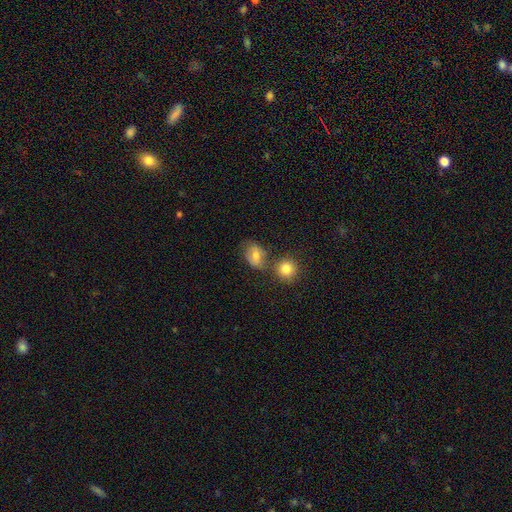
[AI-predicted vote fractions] smooth_or_featured: smooth (p=0.70) [alt: featured or disk p=0.18]
how_rounded: in between (p=0.60) [alt: round p=0.38]
merging: none (p=0.54) [alt: merger p=0.21]